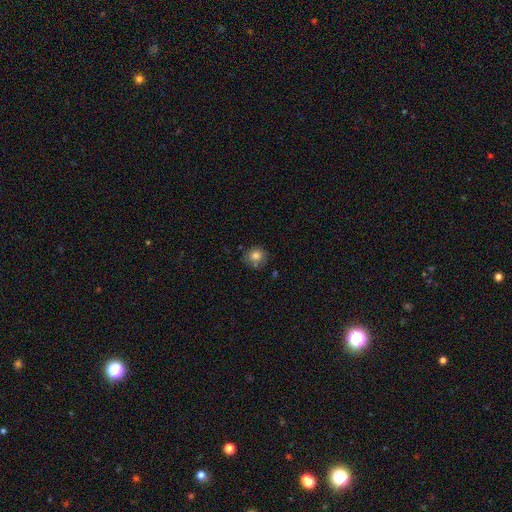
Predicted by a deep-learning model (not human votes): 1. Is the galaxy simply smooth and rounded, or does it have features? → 81% smooth, 11% star or artifact, 9% featured or disk.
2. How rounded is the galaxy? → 78% round, 21% in between, 1% cigar-shaped.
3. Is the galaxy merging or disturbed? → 68% none, 20% minor disturbance, 7% merger, 5% major disturbance.